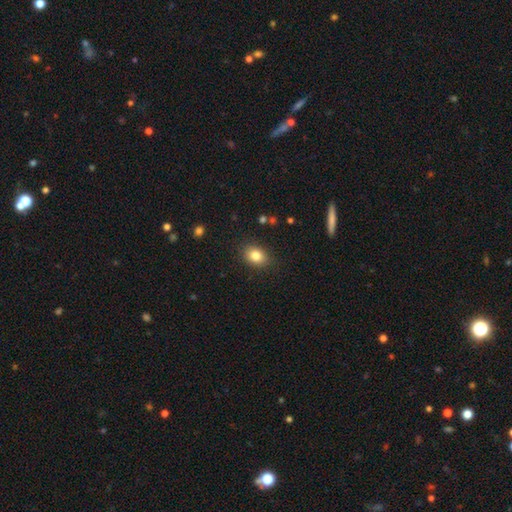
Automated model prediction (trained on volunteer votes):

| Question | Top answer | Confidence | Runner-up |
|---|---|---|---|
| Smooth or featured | smooth | 82% | star or artifact (10%) |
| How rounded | in between | 62% | round (37%) |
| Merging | none | 86% | minor disturbance (10%) |